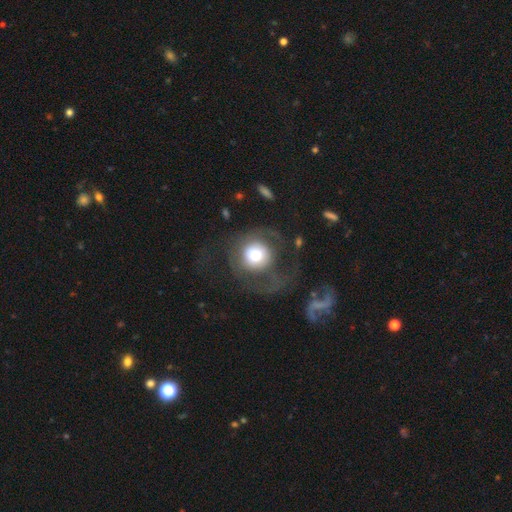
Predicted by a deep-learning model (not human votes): A smooth galaxy with no disk features (54%) that is round (90%). Merging: major disturbance (44%).